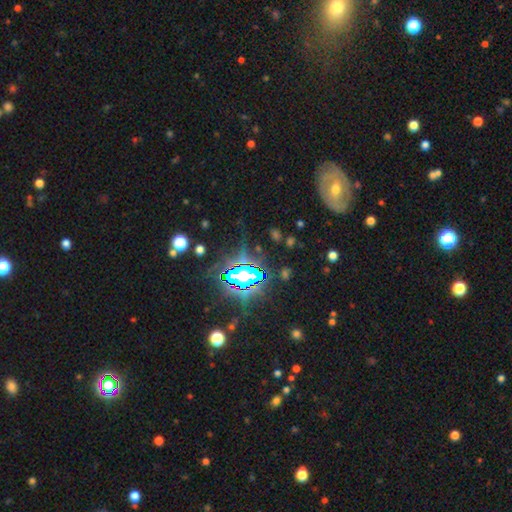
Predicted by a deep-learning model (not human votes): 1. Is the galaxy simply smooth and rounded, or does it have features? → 72% star or artifact, 15% featured or disk, 13% smooth.